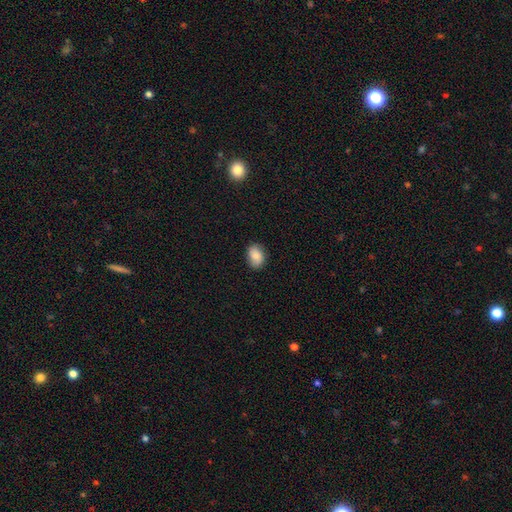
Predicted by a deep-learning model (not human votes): Smooth or featured: smooth — 83% (featured or disk — 9%)
How rounded: in between — 79% (round — 20%)
Merging: none — 83% (minor disturbance — 13%)